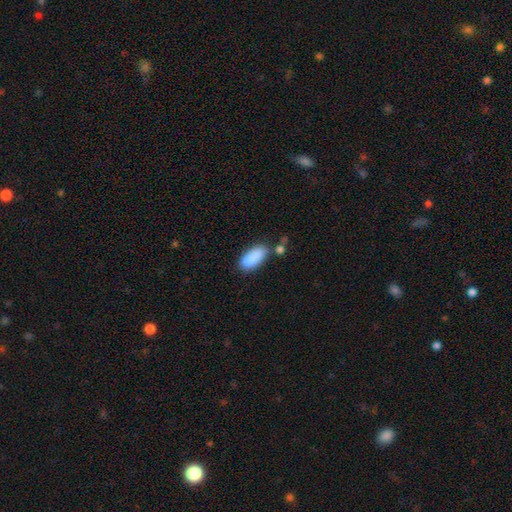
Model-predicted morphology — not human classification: A smooth galaxy with no disk features (85%) that is in between round and cigar-shaped (79%).

Vote fractions:
- Smooth or featured? smooth: 85% / featured or disk: 8% / star or artifact: 7%
- How rounded? in between: 79% / cigar-shaped: 19% / round: 2%
- Merging? none: 59% / minor disturbance: 19% / merger: 16% / major disturbance: 5%